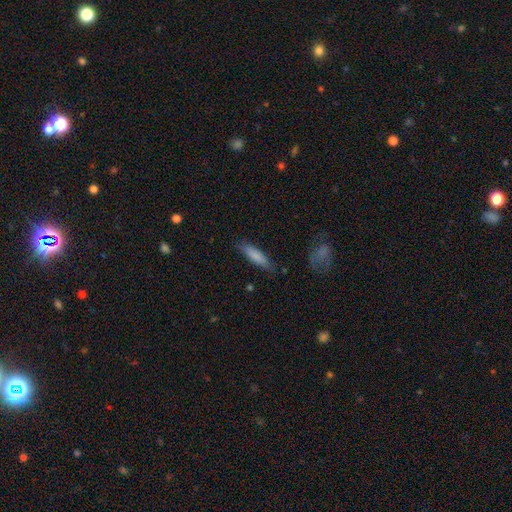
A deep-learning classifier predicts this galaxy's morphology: This appears to be a smooth galaxy with no disk features (81%) that is cigar-shaped (68%). Merging: none (81%).